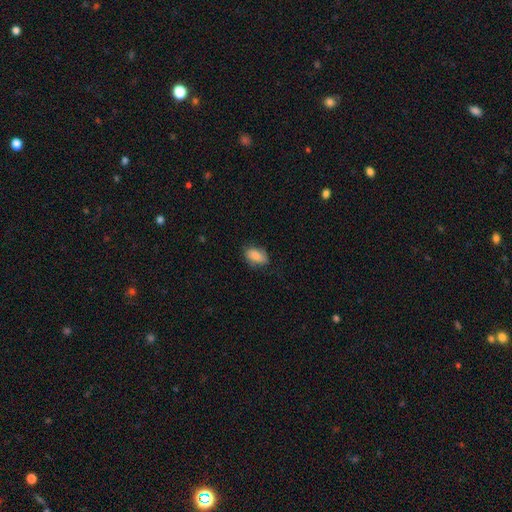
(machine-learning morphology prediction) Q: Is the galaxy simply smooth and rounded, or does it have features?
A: smooth — 81%.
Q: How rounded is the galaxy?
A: in between — 88%.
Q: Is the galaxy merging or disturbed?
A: none — 70%.